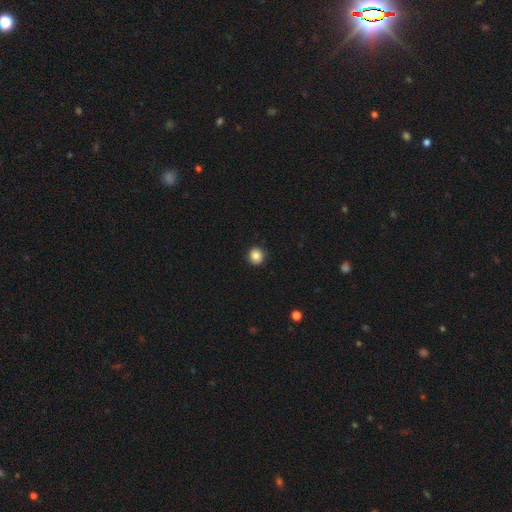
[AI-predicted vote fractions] Overall: smooth (85%). How rounded: round (91%). Merging: none (91%).